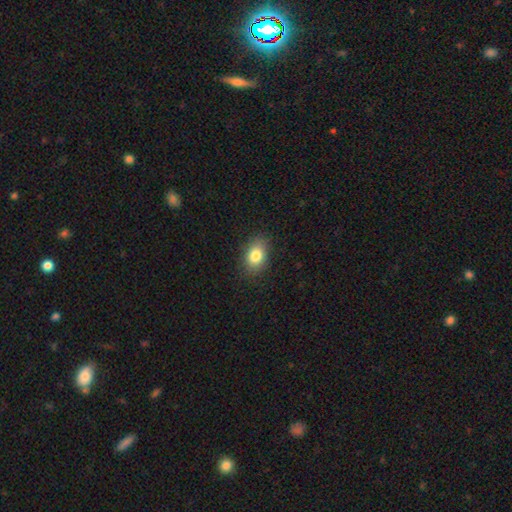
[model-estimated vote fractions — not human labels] Smooth or featured? smooth (82%)
How rounded? in between (80%)
Merging? none (85%)